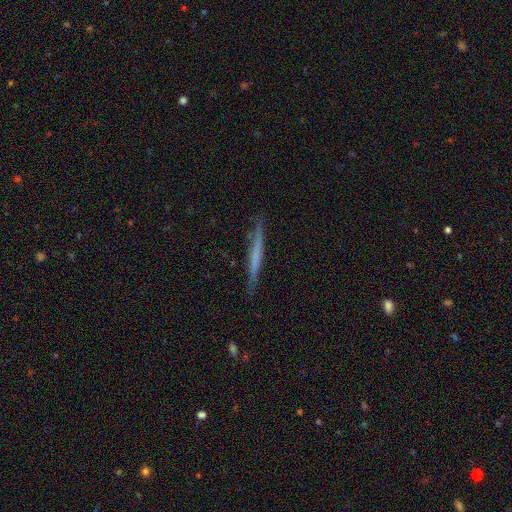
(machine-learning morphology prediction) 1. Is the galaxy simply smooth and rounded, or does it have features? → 50% featured or disk, 44% smooth, 6% star or artifact.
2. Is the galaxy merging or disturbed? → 86% none, 10% minor disturbance, 2% major disturbance, 1% merger.